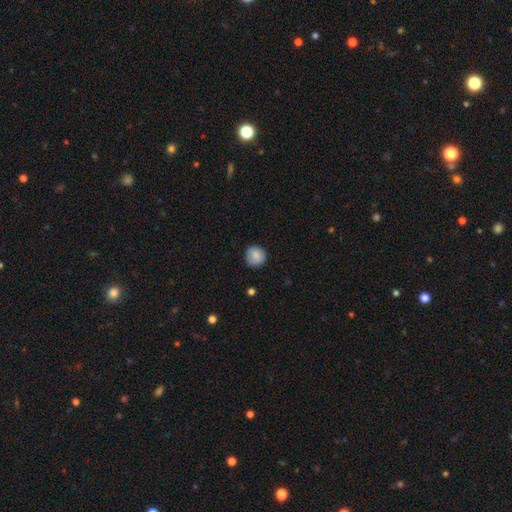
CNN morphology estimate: Q: Smooth or featured?
A: smooth (82%); runner-up: featured or disk (10%)
Q: How rounded?
A: round (91%); runner-up: in between (8%)
Q: Merging?
A: none (85%); runner-up: minor disturbance (11%)